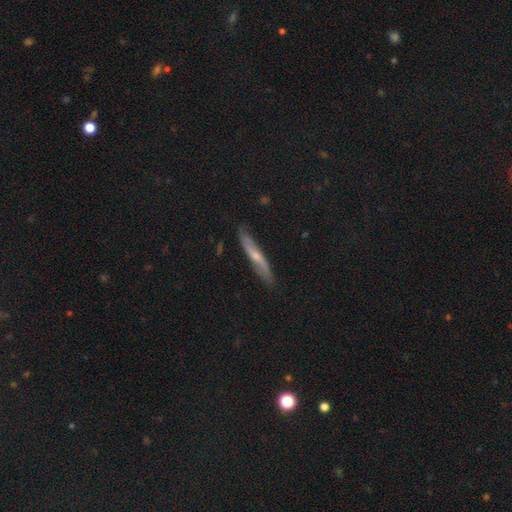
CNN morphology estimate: Overall: featured or disk (56%; smooth 38%). Edge-on disk: yes (72%). Merging: none (82%).